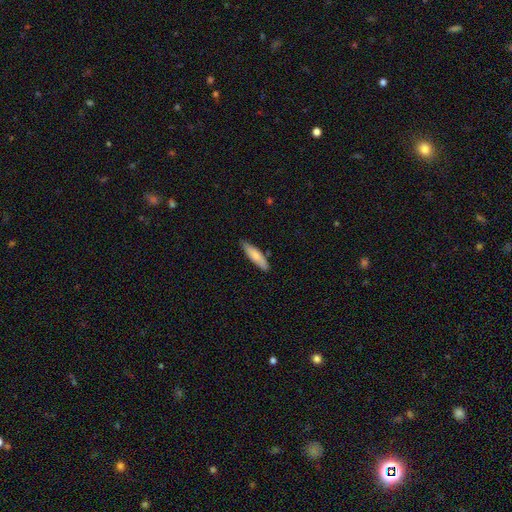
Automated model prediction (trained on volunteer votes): Smooth or featured?
  - smooth: 76% *
  - featured or disk: 19%
  - star or artifact: 6%
How rounded?
  - cigar-shaped: 67% *
  - in between: 32%
  - round: 2%
Merging?
  - none: 81% *
  - minor disturbance: 15%
  - major disturbance: 2%
  - merger: 2%